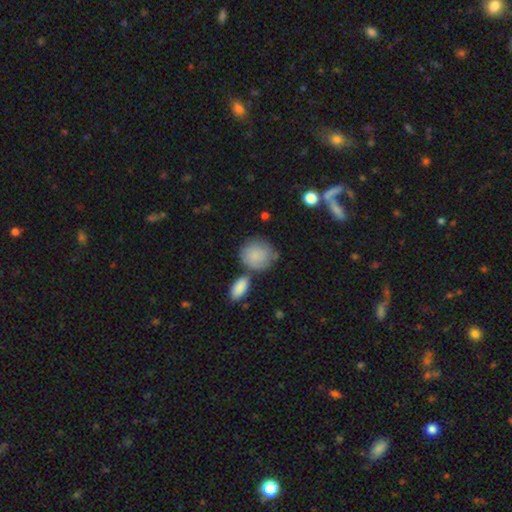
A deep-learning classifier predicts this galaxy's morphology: smooth-or-featured: smooth: 83% | featured or disk: 11% | star or artifact: 6%
  how-rounded: round: 75% | in between: 23% | cigar-shaped: 1%
  merging: none: 56% | merger: 20% | minor disturbance: 18% | major disturbance: 6%